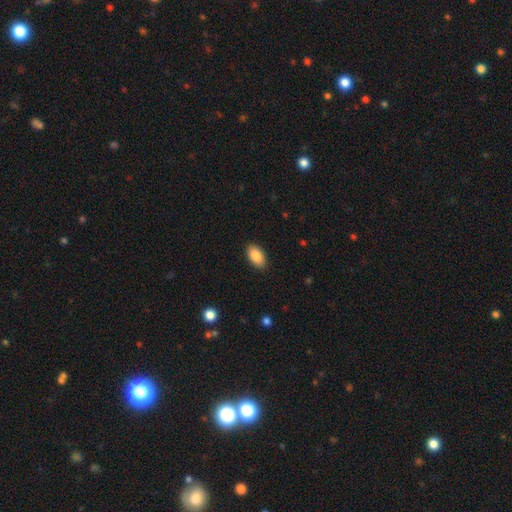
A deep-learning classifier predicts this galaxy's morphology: Overall: smooth (88%). How rounded: in between (95%). Merging: none (89%).